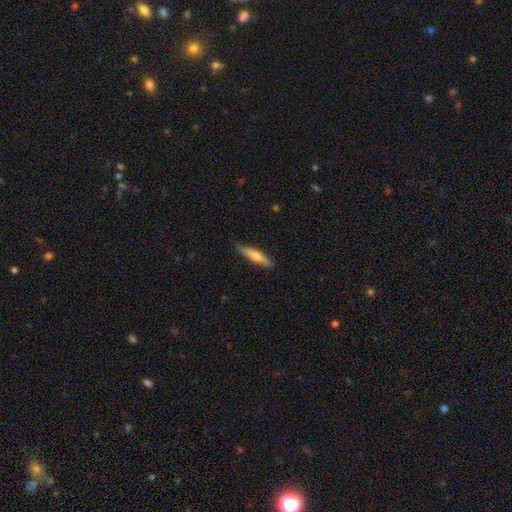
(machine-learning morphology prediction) smooth 59%, featured or disk 35%, star or artifact 6%. Down the decision tree: how rounded — cigar-shaped (84%); merging — none (89%).